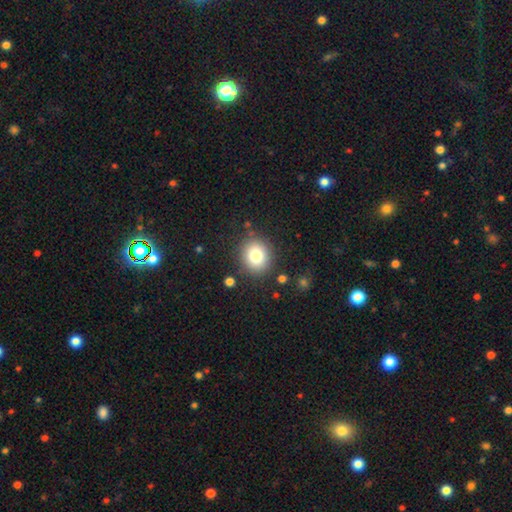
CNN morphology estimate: Smooth or featured? smooth (79%)
How rounded? round (78%)
Merging? none (86%)